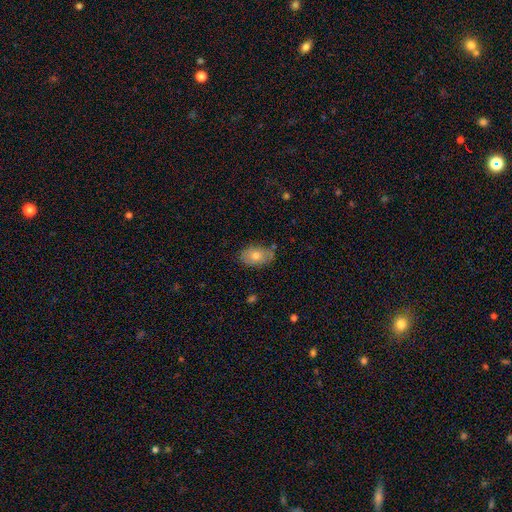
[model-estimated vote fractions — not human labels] The model was most divided on "smooth or featured": smooth: 72%, featured or disk: 20%, star or artifact: 8%. More confident: how rounded — in between (87%); merging — none (77%).